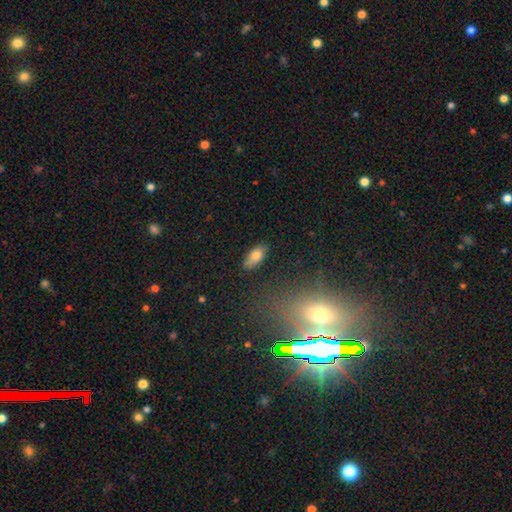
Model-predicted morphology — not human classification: The model was most divided on "smooth or featured": smooth: 77%, featured or disk: 15%, star or artifact: 8%. More confident: how rounded — in between (87%); merging — none (82%).